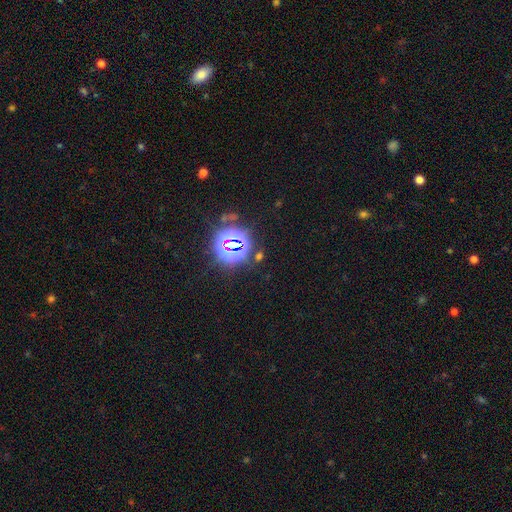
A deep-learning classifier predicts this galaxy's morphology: The model was most divided on "smooth or featured": star or artifact: 79%, smooth: 13%, featured or disk: 8%.